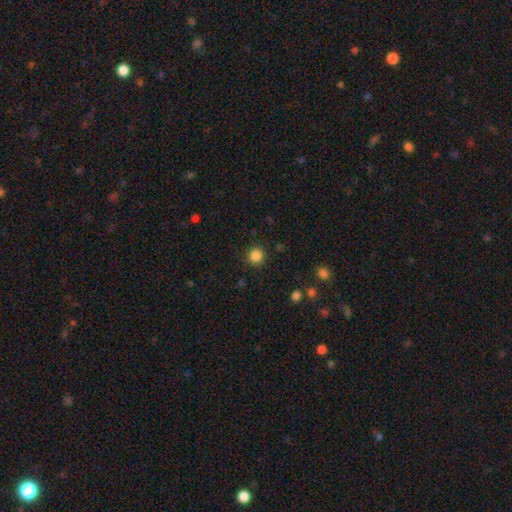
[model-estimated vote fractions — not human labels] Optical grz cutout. It shows a smooth galaxy with no disk features (85%) that is round (93%). Merging: none (90%).